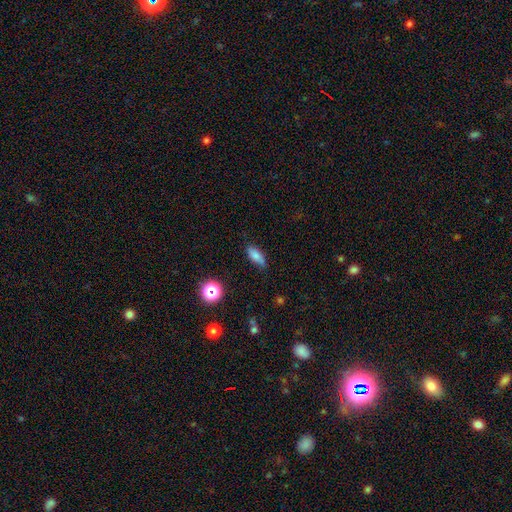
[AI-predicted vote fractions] Smooth or featured? Predicted: smooth (p=0.77). How rounded? Predicted: in between (p=0.79). Merging? Predicted: none (p=0.74).